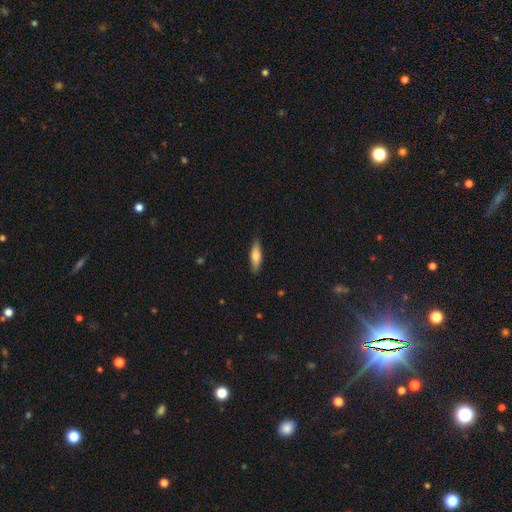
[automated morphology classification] Smooth or featured: smooth — 70% (featured or disk — 24%)
How rounded: cigar-shaped — 61% (in between — 37%)
Merging: none — 86% (minor disturbance — 11%)